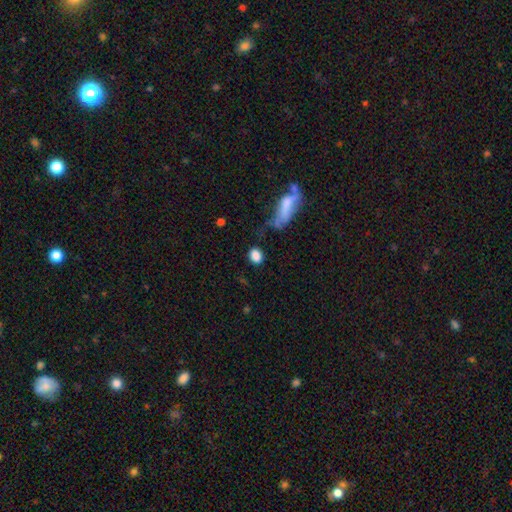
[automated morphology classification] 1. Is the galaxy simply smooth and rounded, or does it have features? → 85% smooth, 9% star or artifact, 6% featured or disk.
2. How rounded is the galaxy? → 55% in between, 42% round, 3% cigar-shaped.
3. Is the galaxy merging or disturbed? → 72% none, 16% minor disturbance, 7% major disturbance, 5% merger.